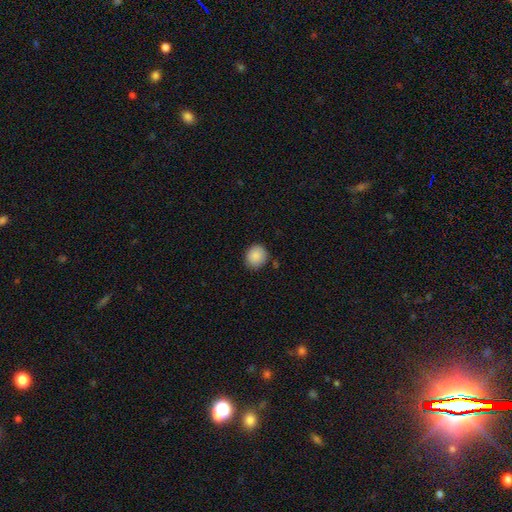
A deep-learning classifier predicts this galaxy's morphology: Smooth or featured: smooth — 89% (star or artifact — 8%)
How rounded: round — 82% (in between — 17%)
Merging: none — 85% (minor disturbance — 11%)